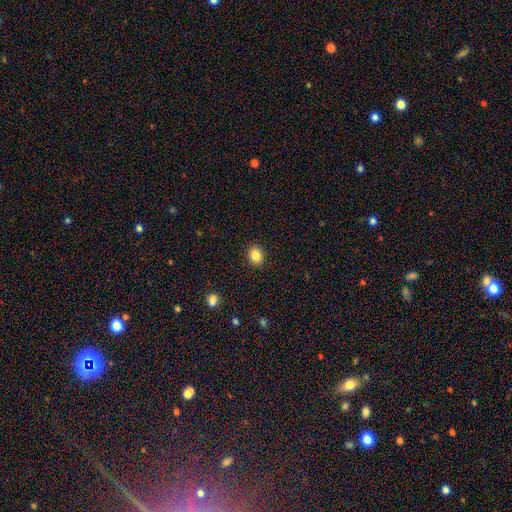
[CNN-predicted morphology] Smooth or featured? smooth (84%)
How rounded? round (62%)
Merging? none (91%)